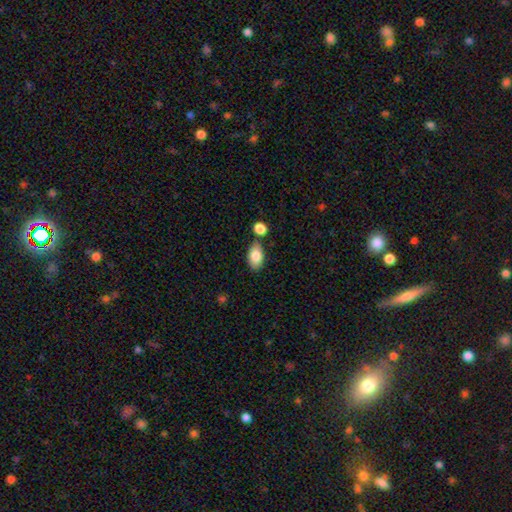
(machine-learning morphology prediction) Smooth or featured? Predicted: smooth (p=0.85). How rounded? Predicted: in between (p=0.93). Merging? Predicted: none (p=0.71).